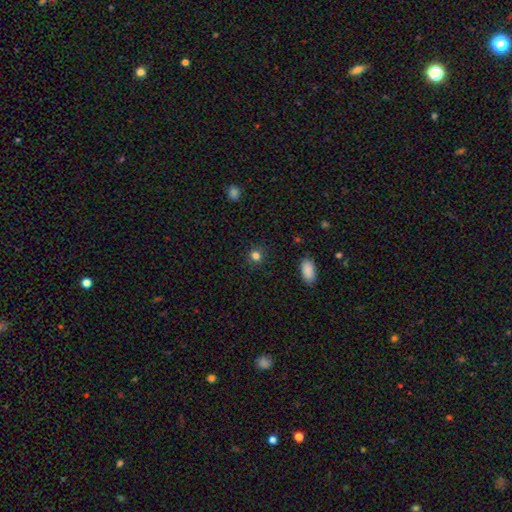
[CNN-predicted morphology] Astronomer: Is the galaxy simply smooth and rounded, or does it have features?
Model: smooth — 80%.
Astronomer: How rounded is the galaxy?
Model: round — 85%.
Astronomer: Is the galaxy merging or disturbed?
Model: none — 89%.